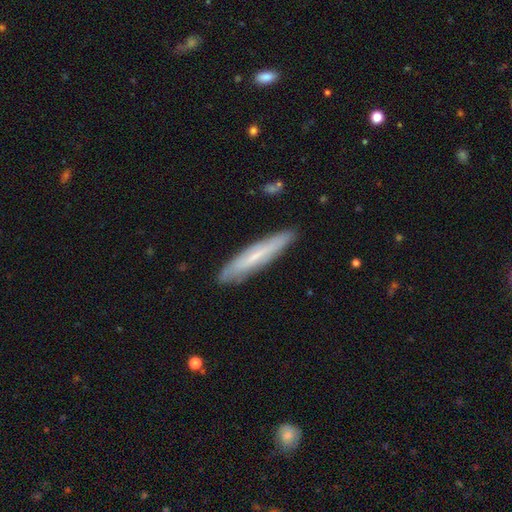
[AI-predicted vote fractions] smooth_or_featured: smooth (p=0.49) [alt: featured or disk p=0.45]
merging: none (p=0.86) [alt: minor disturbance p=0.11]